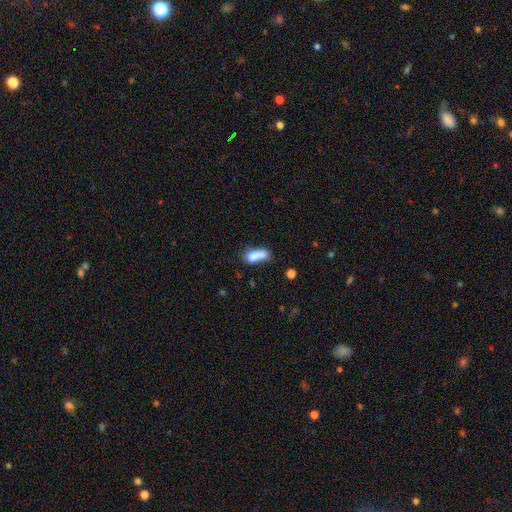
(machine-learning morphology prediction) smooth_or_featured: smooth (p=0.75) [alt: featured or disk p=0.15]
how_rounded: in between (p=0.71) [alt: cigar-shaped p=0.24]
merging: none (p=0.35) [alt: merger p=0.28]